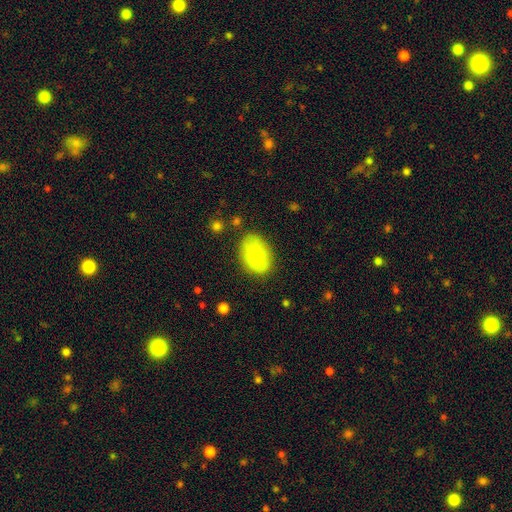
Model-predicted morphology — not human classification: This is likely a smooth galaxy (77%). How rounded: clearly in between (81%). Merging: likely none (79%).